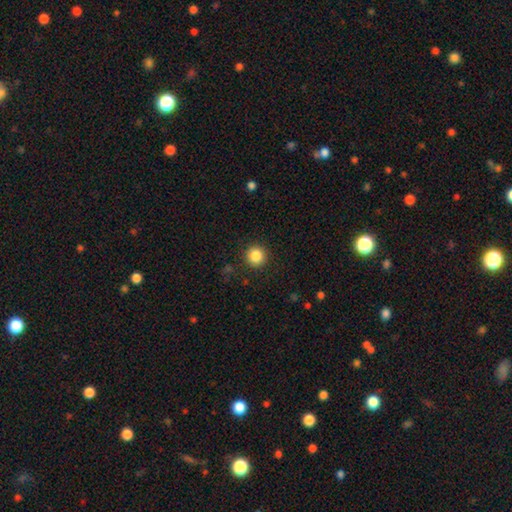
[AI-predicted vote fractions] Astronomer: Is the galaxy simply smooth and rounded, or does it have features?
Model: smooth — 86%.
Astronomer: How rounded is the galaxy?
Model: round — 95%.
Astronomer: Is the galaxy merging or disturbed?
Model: none — 92%.